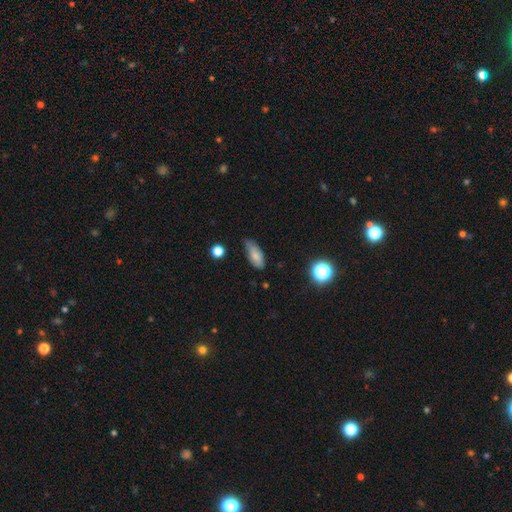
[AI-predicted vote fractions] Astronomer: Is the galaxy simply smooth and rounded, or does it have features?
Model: smooth — 78%.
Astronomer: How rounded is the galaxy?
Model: in between — 80%.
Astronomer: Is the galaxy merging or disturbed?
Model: none — 65%.